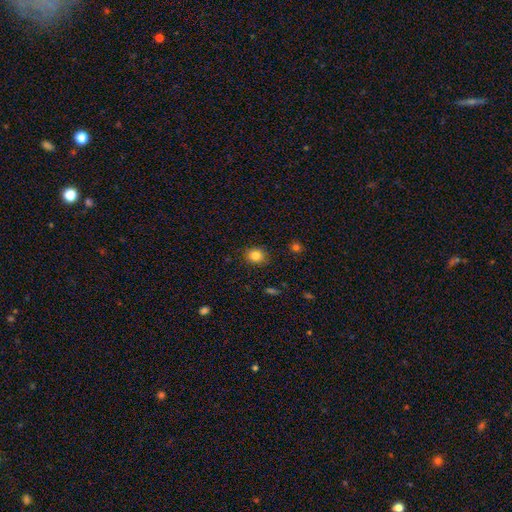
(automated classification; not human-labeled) smooth_or_featured: smooth (p=0.82) [alt: star or artifact p=0.11]
how_rounded: round (p=0.71) [alt: in between p=0.28]
merging: none (p=0.88) [alt: minor disturbance p=0.09]